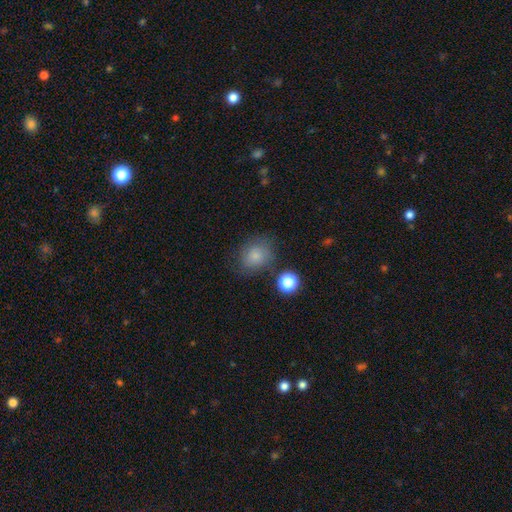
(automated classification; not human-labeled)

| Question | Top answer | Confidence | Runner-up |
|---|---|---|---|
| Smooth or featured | smooth | 80% | star or artifact (11%) |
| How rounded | round | 60% | in between (39%) |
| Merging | none | 69% | minor disturbance (19%) |